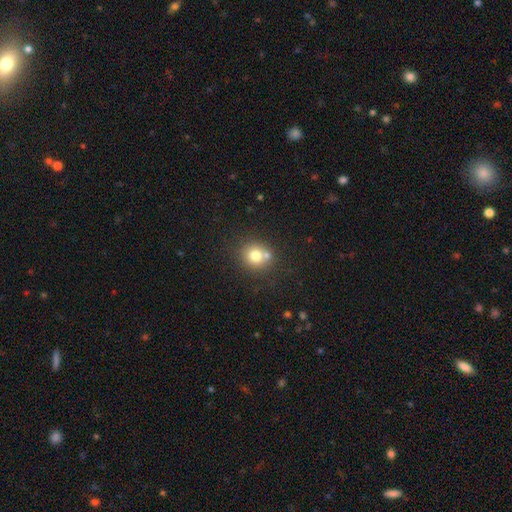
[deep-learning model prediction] A smooth galaxy with no disk features (75%) that is round (86%). Merging: none (64%).